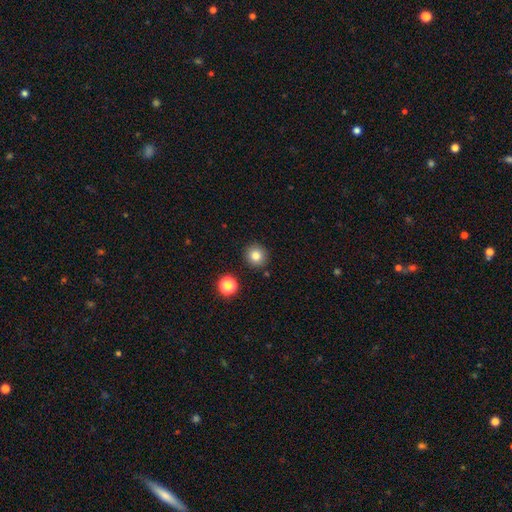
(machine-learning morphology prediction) smooth_or_featured: smooth (p=0.82) [alt: star or artifact p=0.12]
how_rounded: round (p=0.90) [alt: in between p=0.09]
merging: none (p=0.88) [alt: minor disturbance p=0.07]